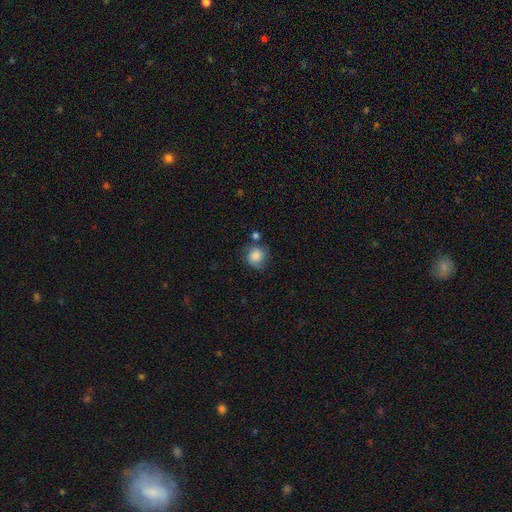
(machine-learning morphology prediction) The model was most divided on "merging": none: 65%, minor disturbance: 21%, merger: 8%, major disturbance: 7%. More confident: how rounded — round (87%); smooth or featured — smooth (81%).